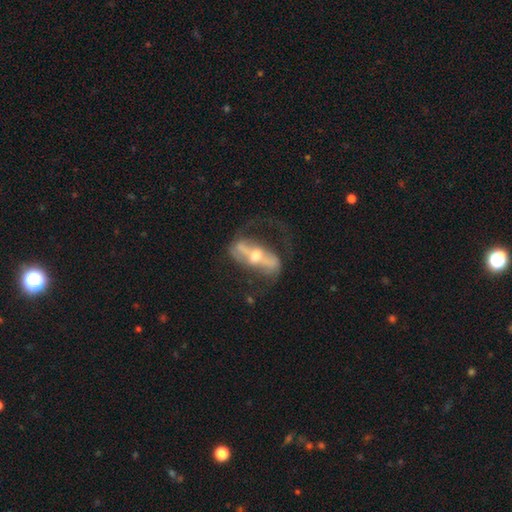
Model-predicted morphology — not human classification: featured or disk 81%, smooth 13%, star or artifact 6%. Down the decision tree: edge-on disk — no (75%); bar — strong (60%); spiral arms — yes (69%); bulge size — moderate (64%); merging — none (47%).